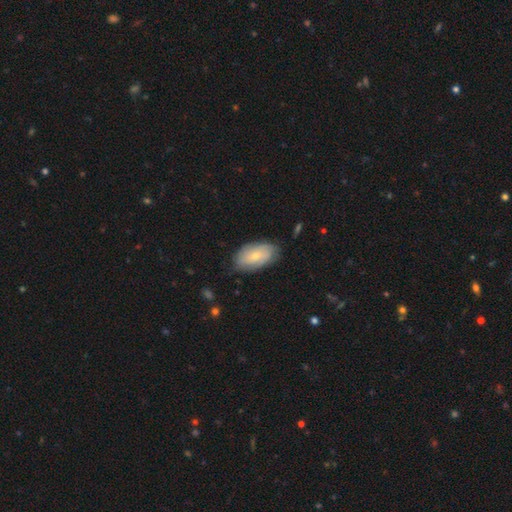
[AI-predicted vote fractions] Smooth or featured: smooth — 56% (featured or disk — 38%)
How rounded: in between — 93% (round — 5%)
Merging: none — 77% (minor disturbance — 18%)